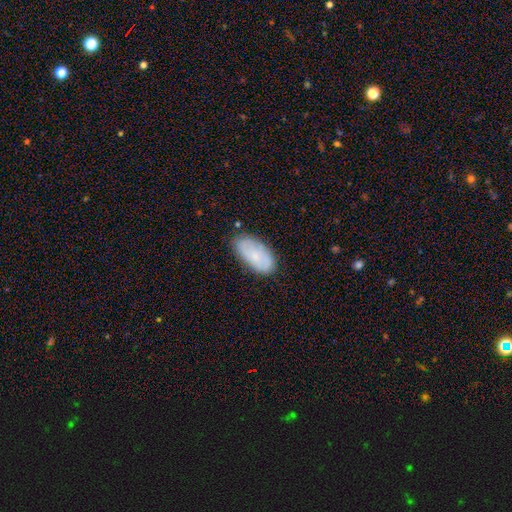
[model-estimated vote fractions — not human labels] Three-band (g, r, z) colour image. It shows a smooth galaxy with no disk features (67%) that is in between round and cigar-shaped (94%). Merging: none (77%).